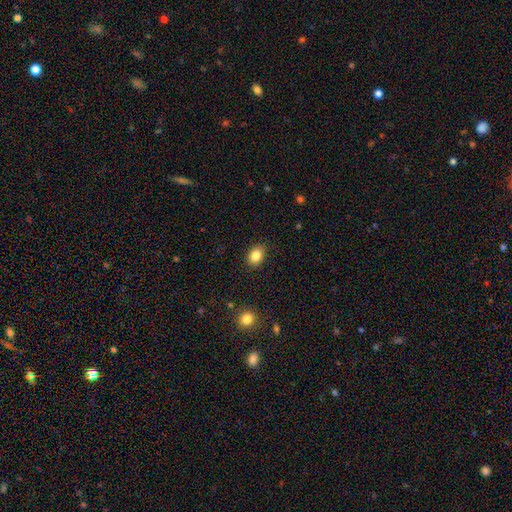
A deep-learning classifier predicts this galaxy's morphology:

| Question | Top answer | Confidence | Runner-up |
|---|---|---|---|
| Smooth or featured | smooth | 84% | star or artifact (10%) |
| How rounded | in between | 68% | round (31%) |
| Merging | none | 87% | minor disturbance (9%) |